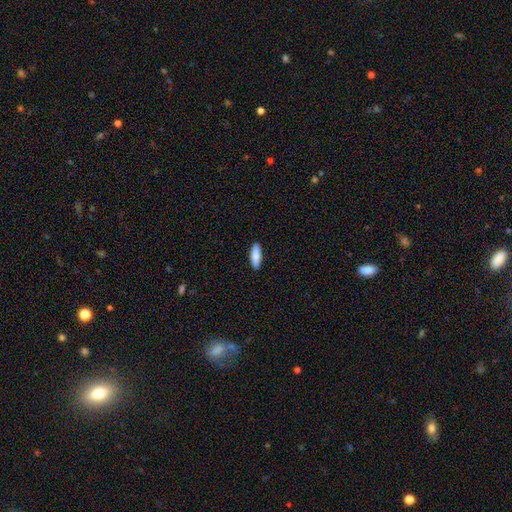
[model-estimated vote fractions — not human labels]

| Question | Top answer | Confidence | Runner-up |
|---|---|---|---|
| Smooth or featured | smooth | 85% | featured or disk (10%) |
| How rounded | in between | 58% | cigar-shaped (40%) |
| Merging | none | 89% | minor disturbance (8%) |